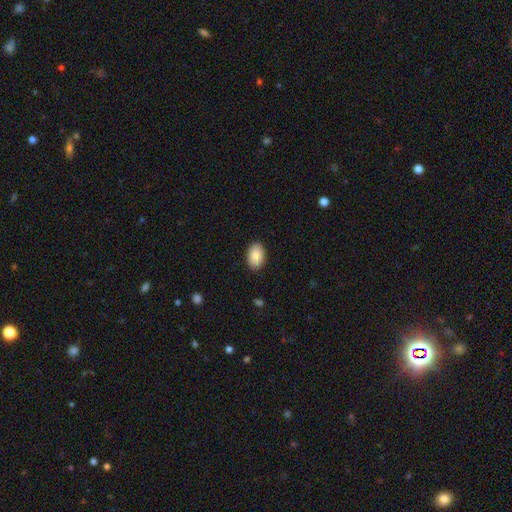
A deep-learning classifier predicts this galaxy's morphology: The model was most divided on "smooth or featured": smooth: 87%, featured or disk: 7%, star or artifact: 6%. More confident: how rounded — in between (90%); merging — none (89%).